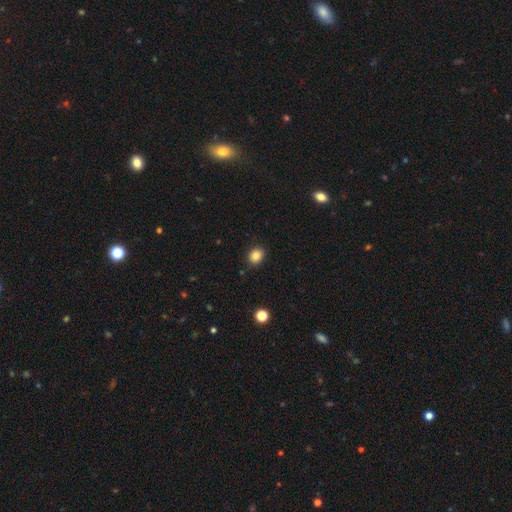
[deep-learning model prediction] Smooth or featured? smooth (86%)
How rounded? round (57%)
Merging? none (87%)